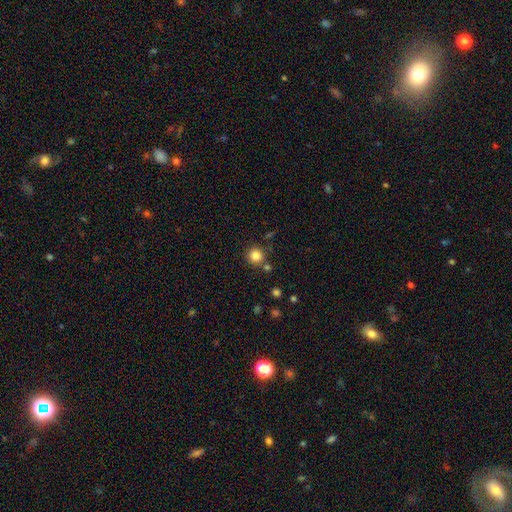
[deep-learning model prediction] Smooth or featured? Predicted: smooth (p=0.84). How rounded? Predicted: round (p=0.93). Merging? Predicted: none (p=0.80).